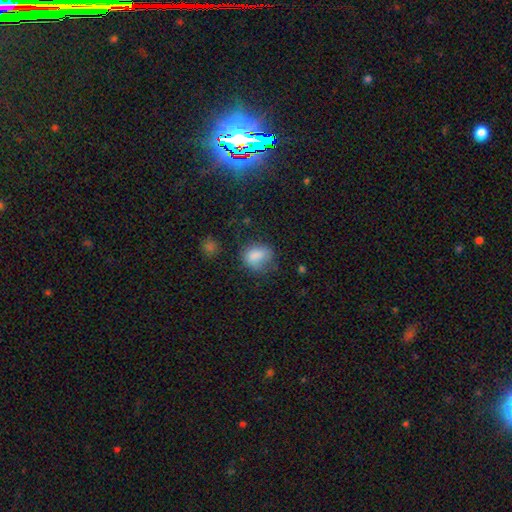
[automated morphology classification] A smooth galaxy with no disk features (80%) that is round (51%). Merging: none (53%).